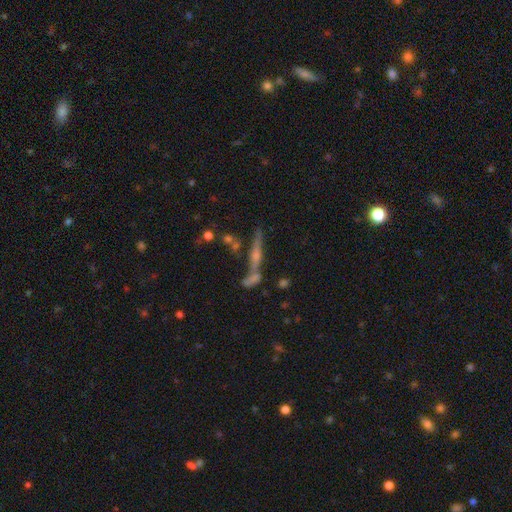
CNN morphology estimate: A featured or disk galaxy (66%) viewed edge-on (89%) with a rounded central bulge (74%). Merging: none (59%).